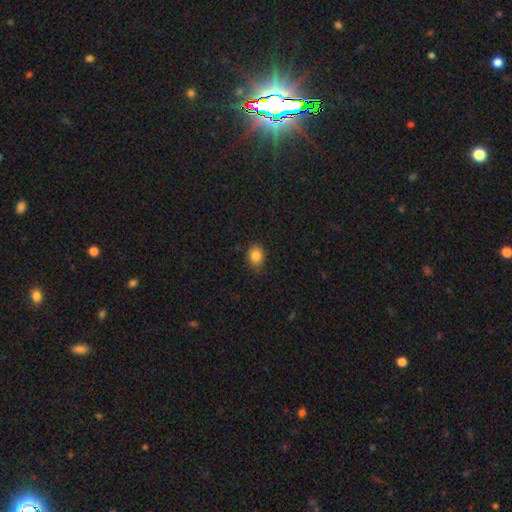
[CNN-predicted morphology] smooth_or_featured: smooth (p=0.84) [alt: star or artifact p=0.10]
how_rounded: round (p=0.55) [alt: in between p=0.43]
merging: none (p=0.75) [alt: minor disturbance p=0.20]